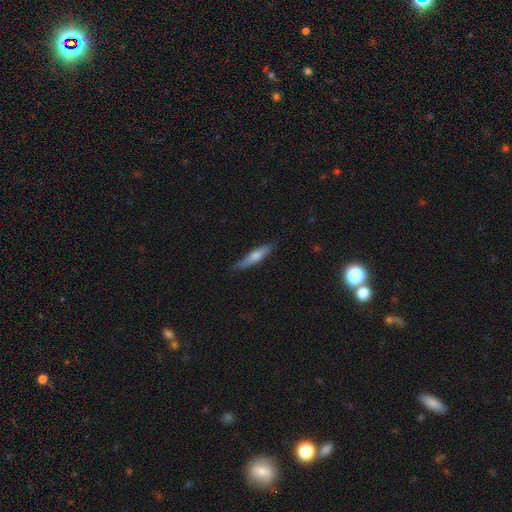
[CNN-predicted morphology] smooth 59%, featured or disk 35%, star or artifact 6%. Down the decision tree: how rounded — cigar-shaped (85%); merging — none (82%).